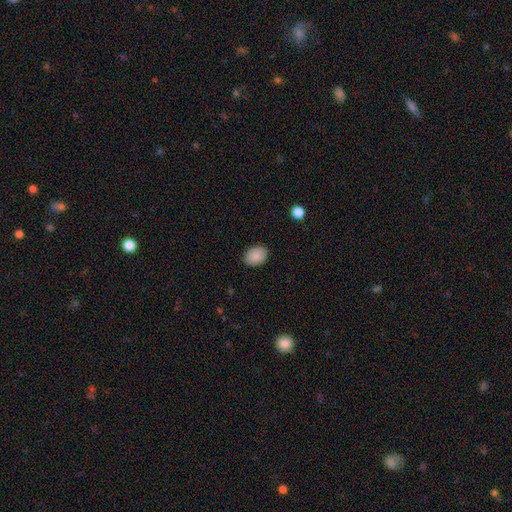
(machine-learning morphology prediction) Smooth or featured?
  - smooth: 89% *
  - star or artifact: 8%
  - featured or disk: 3%
How rounded?
  - in between: 73% *
  - round: 26%
  - cigar-shaped: 1%
Merging?
  - none: 89% *
  - minor disturbance: 8%
  - major disturbance: 2%
  - merger: 1%